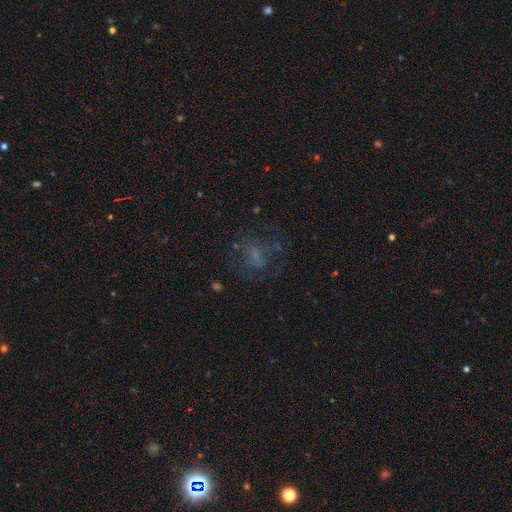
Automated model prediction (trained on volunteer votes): A smooth galaxy with no disk features (39%). Merging: none (51%).